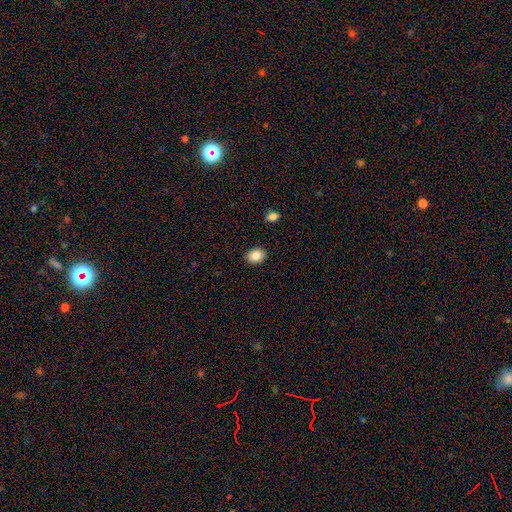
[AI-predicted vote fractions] This appears to be a smooth galaxy with no disk features (86%) that is in between round and cigar-shaped (57%). Merging: none (90%).